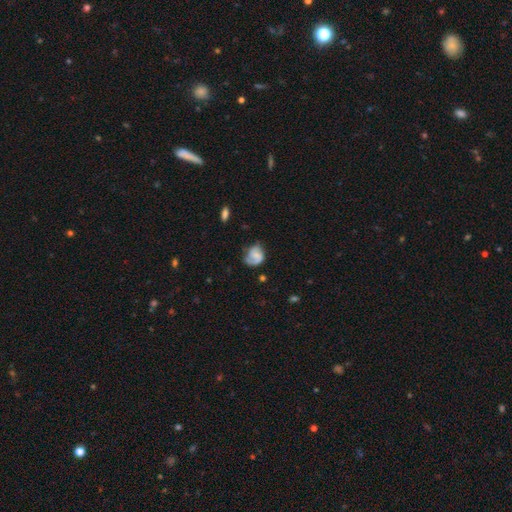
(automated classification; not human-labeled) Smooth or featured: featured or disk — 55% (smooth — 37%)
Edge-on disk: no — 98% (yes — 2%)
Bar: no — 56% (weak — 35%)
Spiral arms: yes — 87% (no — 13%)
Bulge size: small — 40% (none — 35%)
Merging: none — 55% (minor disturbance — 28%)